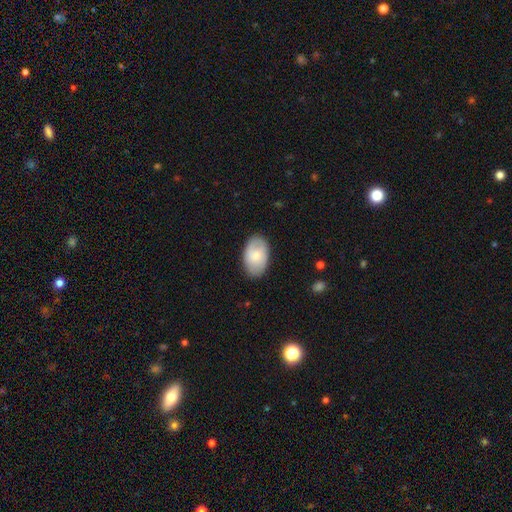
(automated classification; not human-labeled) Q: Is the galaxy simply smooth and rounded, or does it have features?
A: smooth — 68%.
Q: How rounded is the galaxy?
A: in between — 90%.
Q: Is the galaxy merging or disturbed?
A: none — 83%.